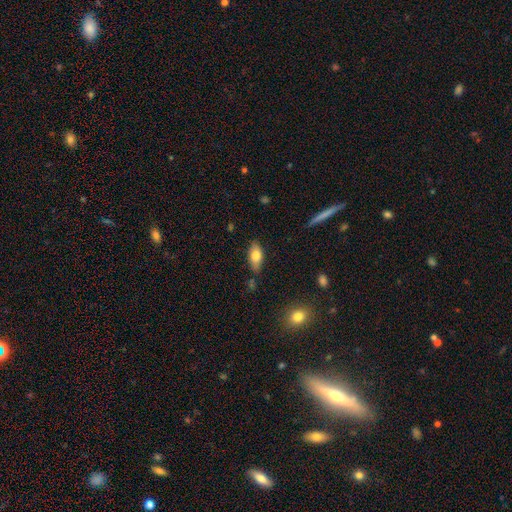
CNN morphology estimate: smooth_or_featured: smooth (p=0.74) [alt: featured or disk p=0.18]
how_rounded: in between (p=0.86) [alt: cigar-shaped p=0.11]
merging: none (p=0.75) [alt: minor disturbance p=0.18]